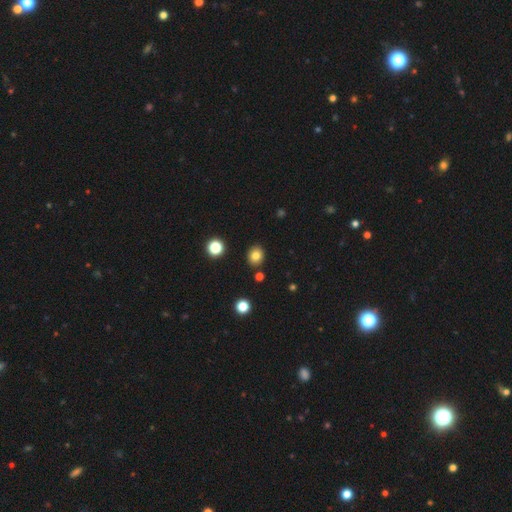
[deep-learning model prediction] smooth 81%, star or artifact 12%, featured or disk 7%. Down the decision tree: how rounded — round (72%); merging — none (88%).